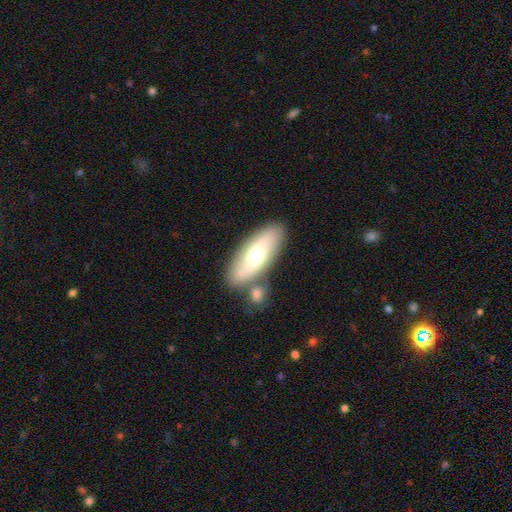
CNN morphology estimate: Q: Smooth or featured?
A: smooth (56%); runner-up: featured or disk (38%)
Q: How rounded?
A: in between (77%); runner-up: cigar-shaped (20%)
Q: Merging?
A: none (71%); runner-up: merger (14%)